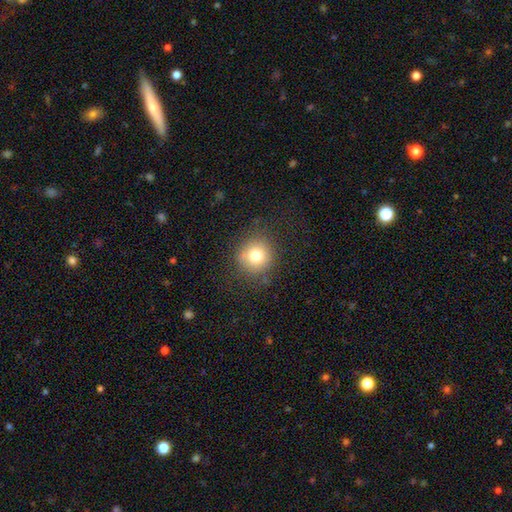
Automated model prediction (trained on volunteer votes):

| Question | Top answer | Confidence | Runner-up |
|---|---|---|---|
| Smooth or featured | smooth | 76% | star or artifact (13%) |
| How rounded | round | 92% | in between (7%) |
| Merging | none | 84% | minor disturbance (11%) |